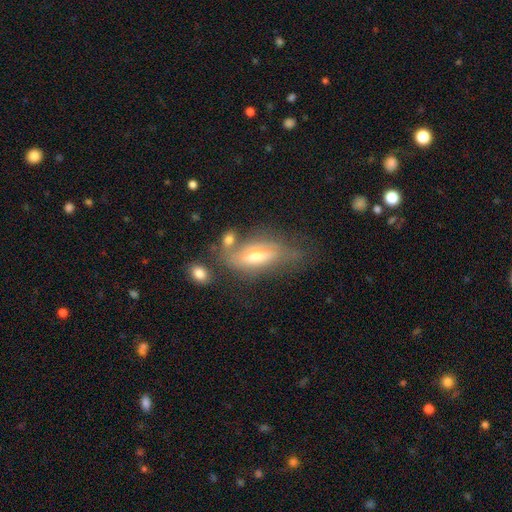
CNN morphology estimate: Smooth or featured?
  - featured or disk: 46% * (tied)
  - smooth: 46% * (tied)
  - star or artifact: 8%
Merging?
  - none: 42% *
  - minor disturbance: 24%
  - major disturbance: 19%
  - merger: 15%